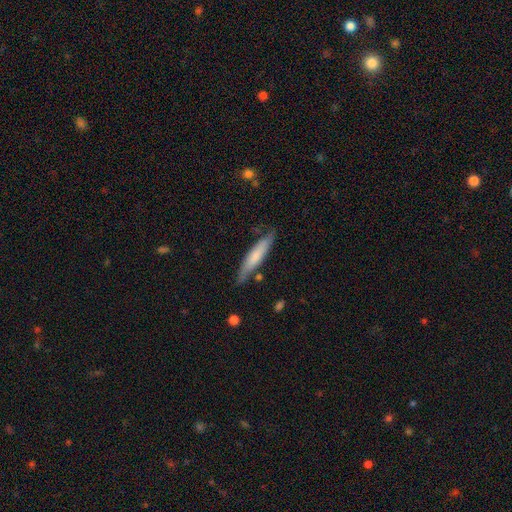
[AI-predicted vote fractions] This appears to be a smooth galaxy with no disk features (66%) that is cigar-shaped (86%). Merging: none (77%).